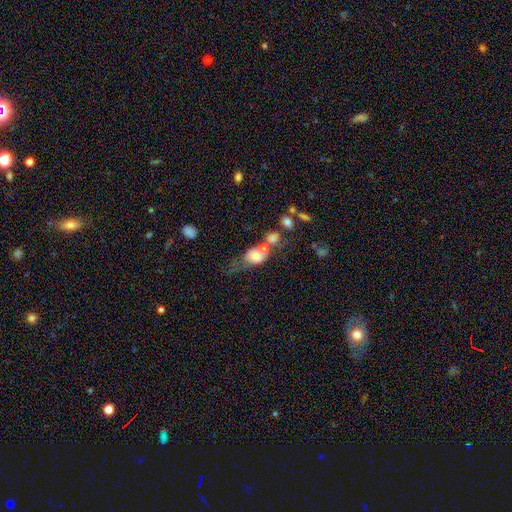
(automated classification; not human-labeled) Q: Smooth or featured?
A: smooth (63%); runner-up: featured or disk (27%)
Q: How rounded?
A: in between (56%); runner-up: round (41%)
Q: Merging?
A: merger (50%); runner-up: none (21%)